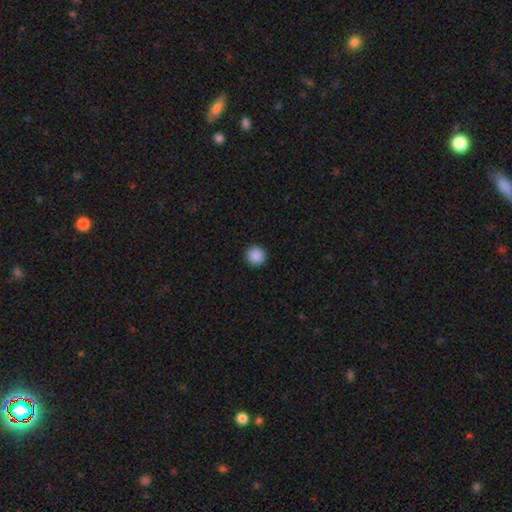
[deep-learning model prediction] smooth 89%, star or artifact 8%, featured or disk 2%. Down the decision tree: how rounded — round (95%); merging — none (93%).